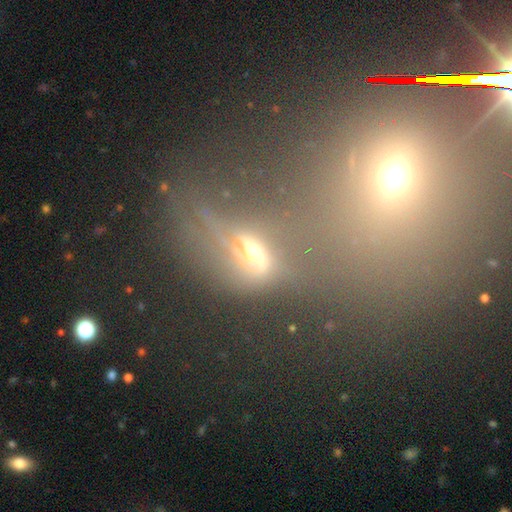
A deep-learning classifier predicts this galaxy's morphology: This appears to be a featured or disk galaxy (37%). Merging: none (45%).